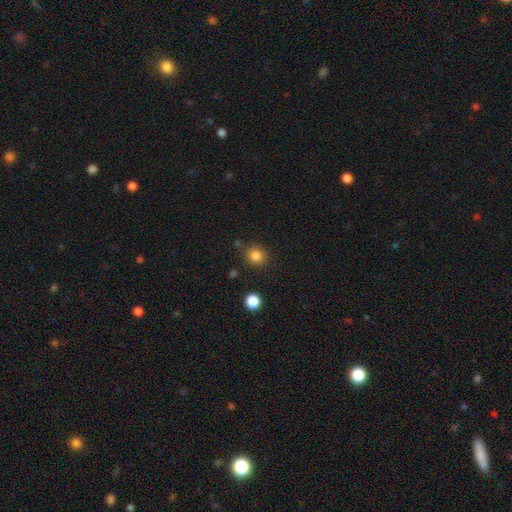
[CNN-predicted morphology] Smooth or featured: smooth — 84% (star or artifact — 12%)
How rounded: round — 85% (in between — 14%)
Merging: none — 84% (minor disturbance — 9%)